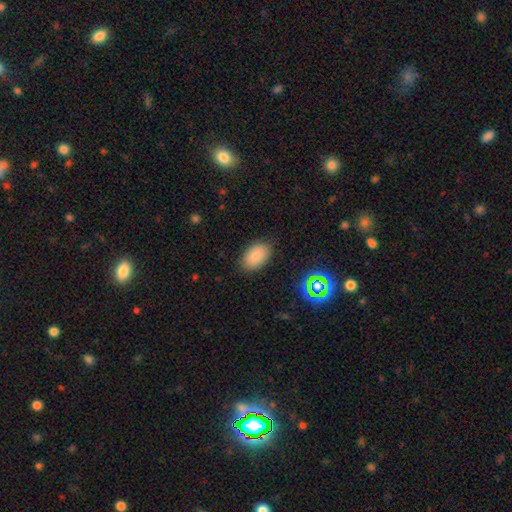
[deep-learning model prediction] Q: Smooth or featured?
A: smooth (83%); runner-up: star or artifact (10%)
Q: How rounded?
A: in between (91%); runner-up: round (8%)
Q: Merging?
A: none (85%); runner-up: minor disturbance (11%)